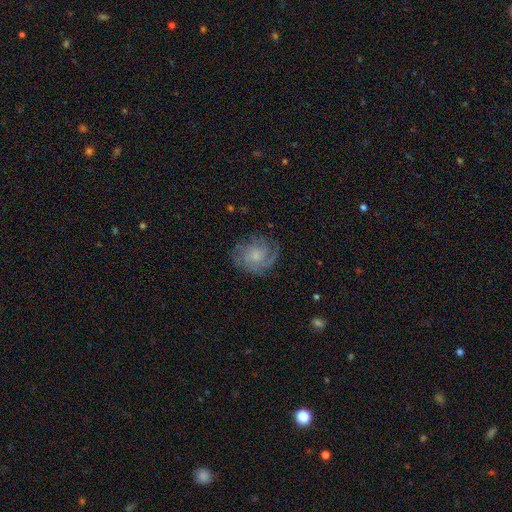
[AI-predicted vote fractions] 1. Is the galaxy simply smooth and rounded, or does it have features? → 65% featured or disk, 26% smooth, 8% star or artifact.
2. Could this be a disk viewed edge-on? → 97% no, 3% yes.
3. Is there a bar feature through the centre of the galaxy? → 77% no, 21% weak, 2% strong.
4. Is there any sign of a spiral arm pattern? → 89% yes, 11% no.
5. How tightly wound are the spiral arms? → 54% tight, 34% medium, 12% loose.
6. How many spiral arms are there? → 39% can't tell, 21% 3, 17% 2, 10% 4, 7% 1, 6% more than 4.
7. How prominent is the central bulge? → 44% small, 38% moderate, 11% none, 5% large, 1% dominant.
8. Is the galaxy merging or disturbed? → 73% none, 17% minor disturbance, 9% major disturbance, 1% merger.